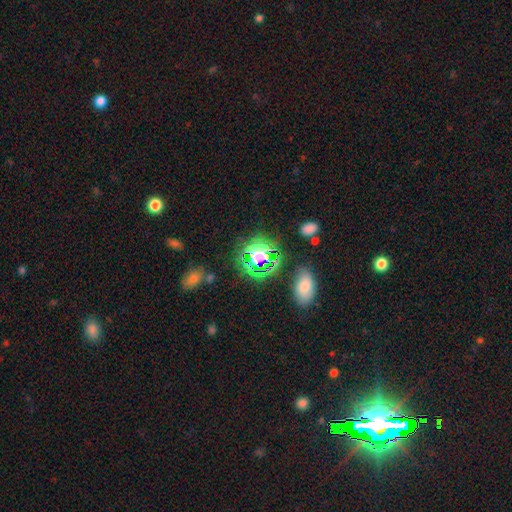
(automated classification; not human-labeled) Smooth or featured: star or artifact — 62% (smooth — 28%)